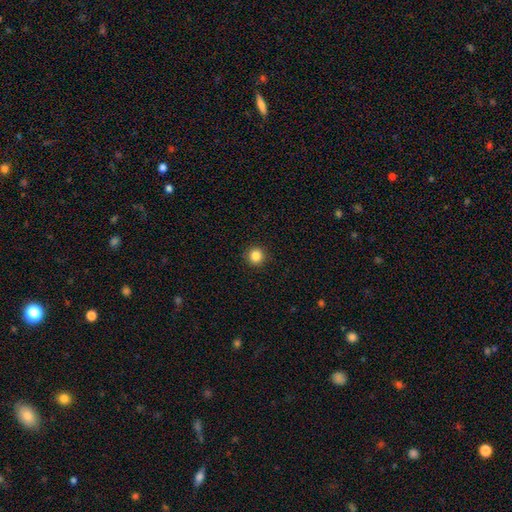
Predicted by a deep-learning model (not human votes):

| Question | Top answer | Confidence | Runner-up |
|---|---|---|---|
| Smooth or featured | smooth | 85% | star or artifact (11%) |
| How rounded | round | 94% | in between (5%) |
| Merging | none | 93% | minor disturbance (5%) |